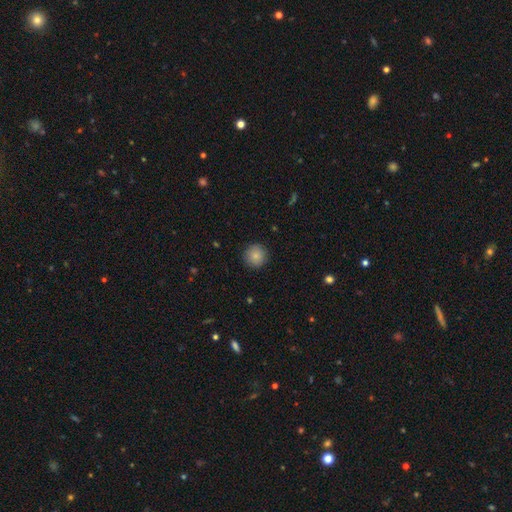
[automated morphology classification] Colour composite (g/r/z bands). It shows a smooth galaxy with no disk features (85%) that is round (95%). Merging: none (91%).